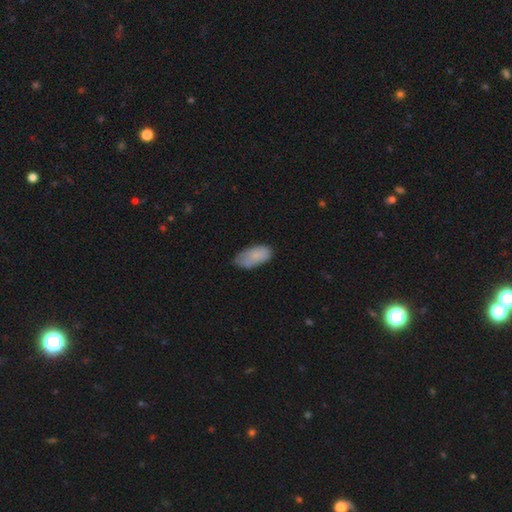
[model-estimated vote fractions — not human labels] This is clearly a smooth galaxy (82%). How rounded: clearly in between (93%). Merging: likely none (66%).